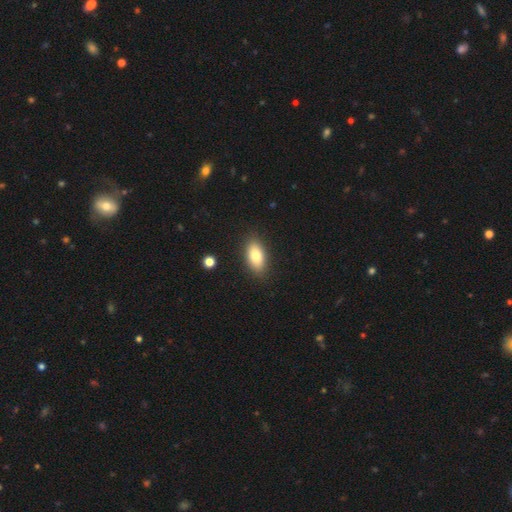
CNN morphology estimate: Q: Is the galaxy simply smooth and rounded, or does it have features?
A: smooth — 81%.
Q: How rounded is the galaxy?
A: in between — 89%.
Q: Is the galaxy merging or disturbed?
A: none — 86%.